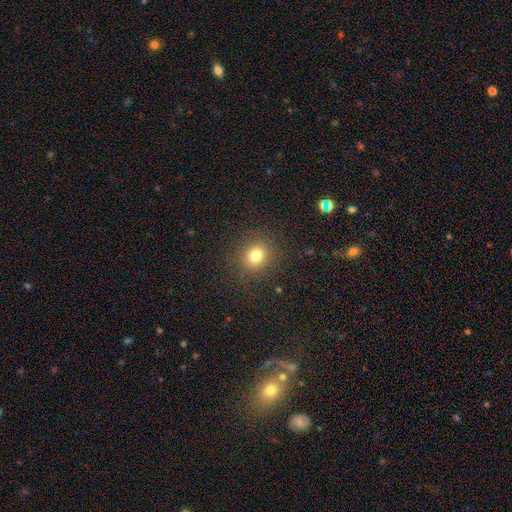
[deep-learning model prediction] Smooth or featured: smooth — 78% (star or artifact — 15%)
How rounded: round — 79% (in between — 20%)
Merging: none — 88% (minor disturbance — 7%)